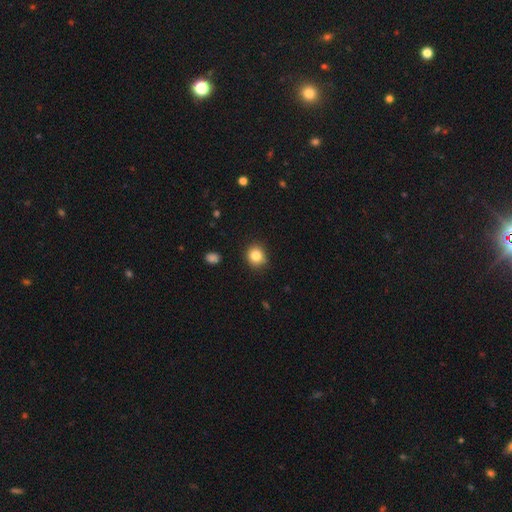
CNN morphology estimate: type=smooth (83%); roundness=round (85%); merging=none (87%).